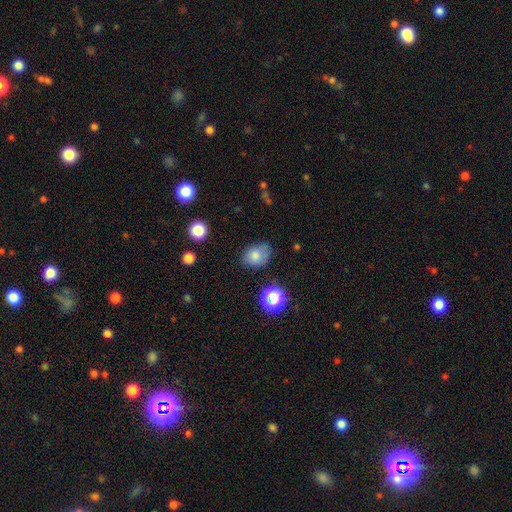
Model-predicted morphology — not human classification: type=smooth (76%); roundness=in between (61%); merging=none (67%).